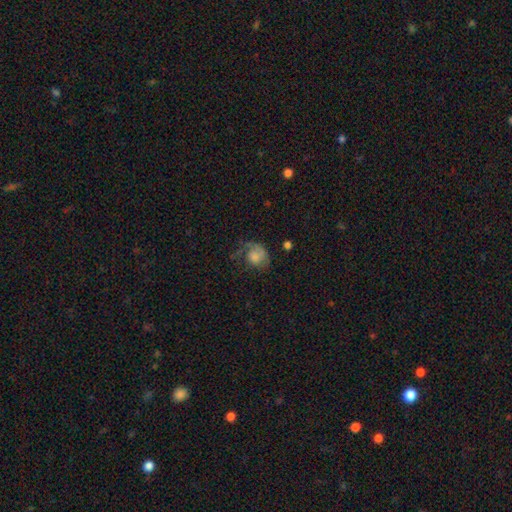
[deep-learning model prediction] smooth_or_featured: smooth (p=0.48) [alt: featured or disk p=0.43]
merging: major disturbance (p=0.40) [alt: none p=0.33]